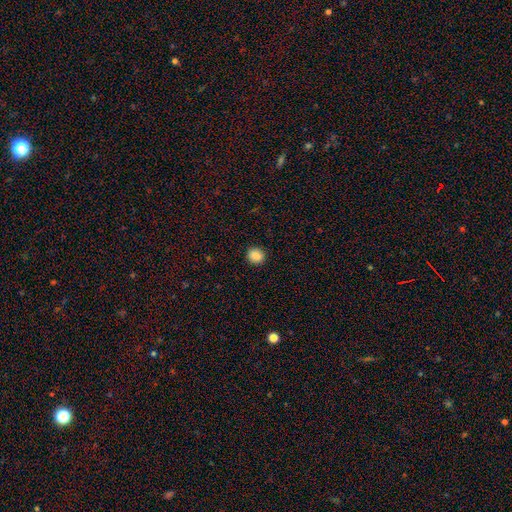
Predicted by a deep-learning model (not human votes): Overall: smooth (87%). How rounded: round (81%). Merging: none (91%).